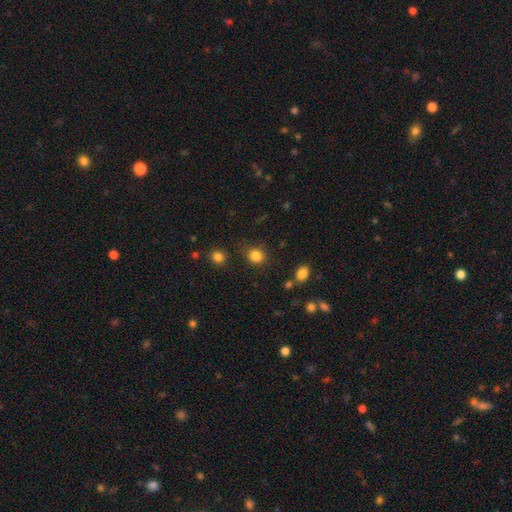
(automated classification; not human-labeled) This appears to be a smooth galaxy with no disk features (84%) that is round (79%). Merging: none (83%).